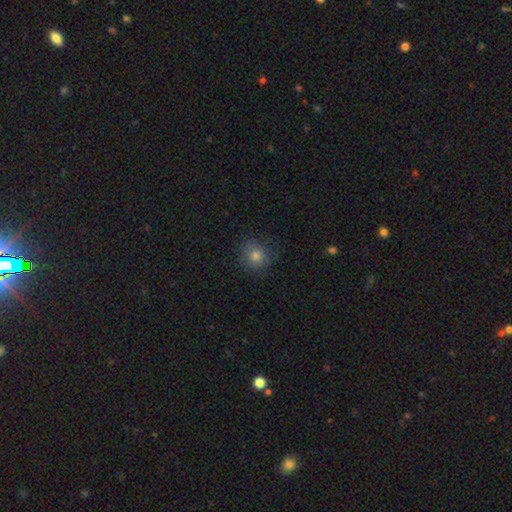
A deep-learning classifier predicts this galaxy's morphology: Smooth or featured: smooth — 77% (star or artifact — 14%)
How rounded: round — 91% (in between — 8%)
Merging: none — 84% (minor disturbance — 12%)